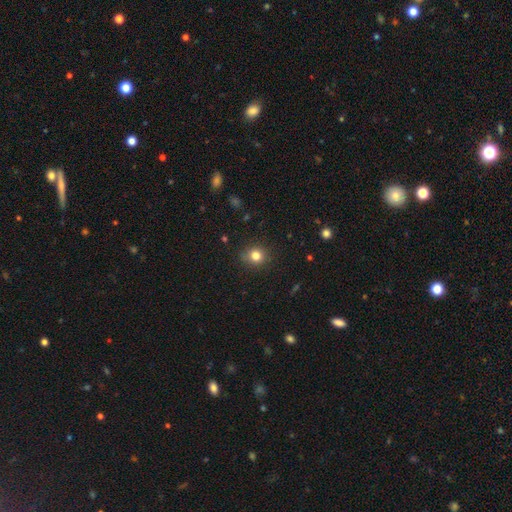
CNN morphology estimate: Overall: smooth (81%). How rounded: round (80%). Merging: none (86%).